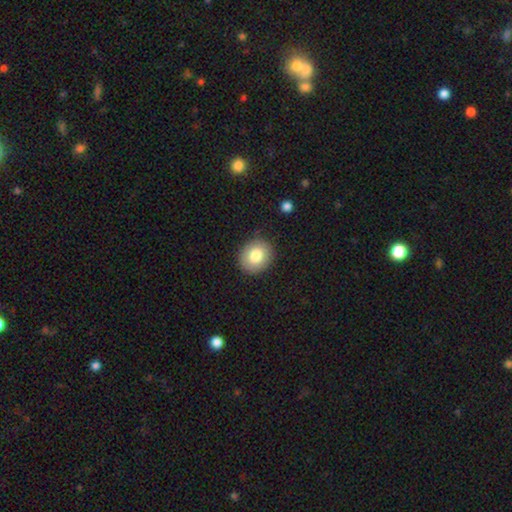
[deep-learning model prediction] This is likely a smooth galaxy (80%). How rounded: likely round (66%). Merging: clearly none (87%).